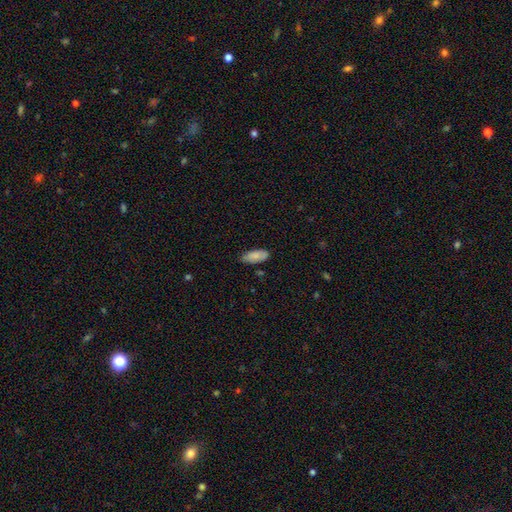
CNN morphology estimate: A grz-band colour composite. It shows a smooth galaxy with no disk features (85%) that is in between round and cigar-shaped (86%). Merging: none (78%).